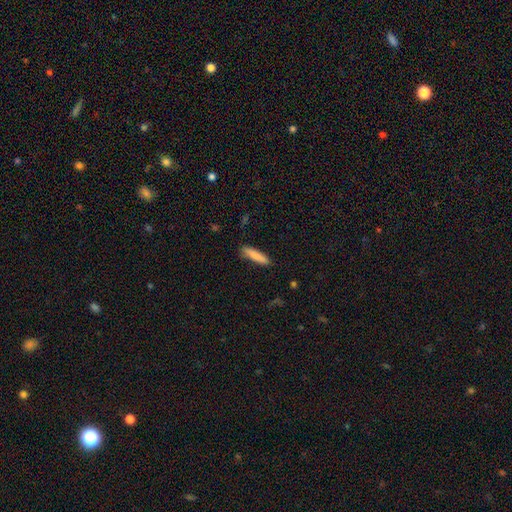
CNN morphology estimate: This is clearly a smooth galaxy (85%). How rounded: clearly cigar-shaped (82%). Merging: clearly none (87%).